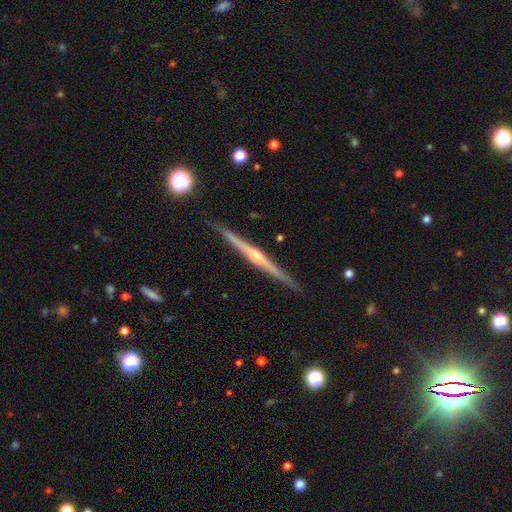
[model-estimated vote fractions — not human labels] smooth_or_featured: featured or disk (p=0.84) [alt: smooth p=0.11]
disk_edge_on: yes (p=0.99) [alt: no p=0.01]
edge_on_bulge: rounded (p=0.77) [alt: none p=0.15]
merging: none (p=0.92) [alt: minor disturbance p=0.06]